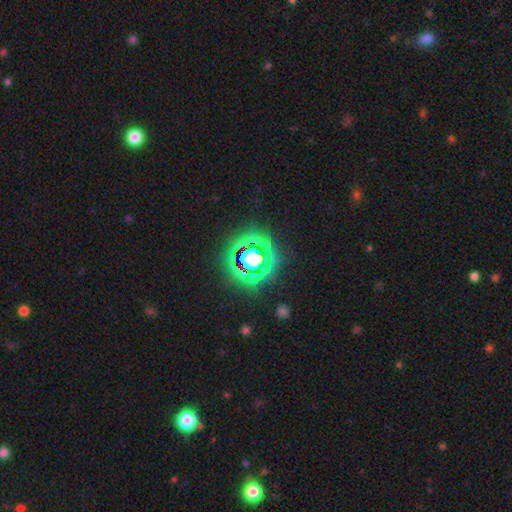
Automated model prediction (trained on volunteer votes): Overall: star or artifact (79%).